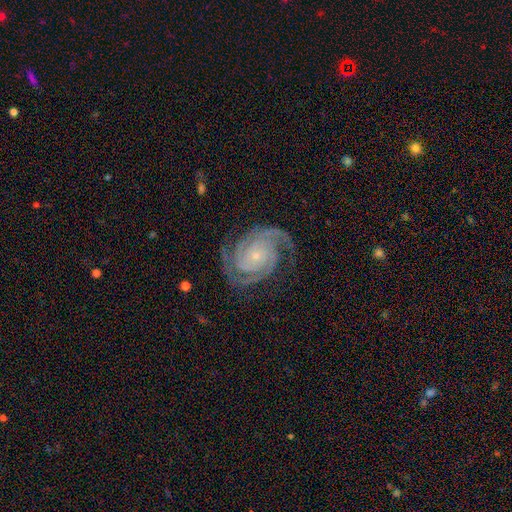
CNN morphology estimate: Overall: featured or disk (93%). Edge-on disk: no (98%). Bar: no (73%). Spiral arms: yes (99%). Spiral arm count: 2 (63%). Spiral winding: tight (70%). Bulge size: small (81%). Merging: none (79%).